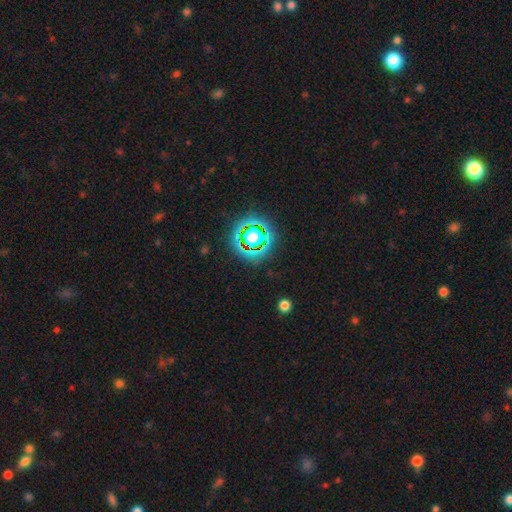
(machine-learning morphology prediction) Smooth or featured? Predicted: star or artifact (p=0.79).